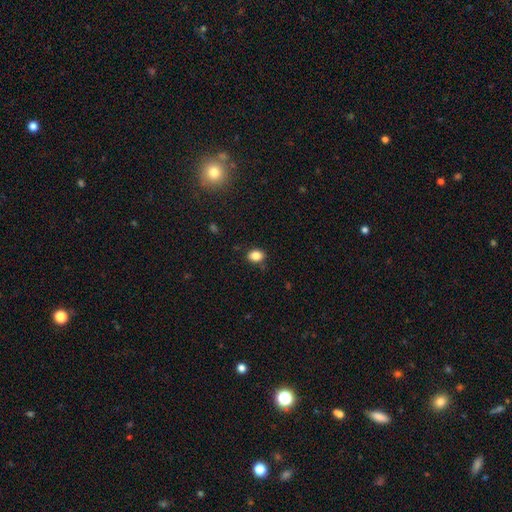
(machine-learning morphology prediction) smooth-or-featured: smooth: 85% | star or artifact: 10% | featured or disk: 5%
  how-rounded: in between: 60% | round: 39% | cigar-shaped: 1%
  merging: none: 84% | minor disturbance: 11% | major disturbance: 3% | merger: 2%